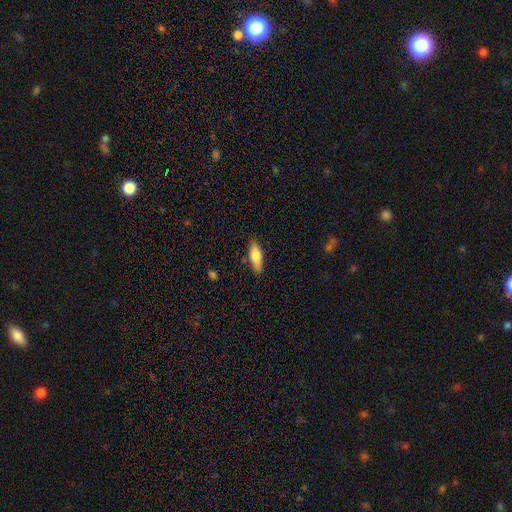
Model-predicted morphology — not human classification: A smooth galaxy with no disk features (74%) that is in between round and cigar-shaped (54%). Merging: none (84%).